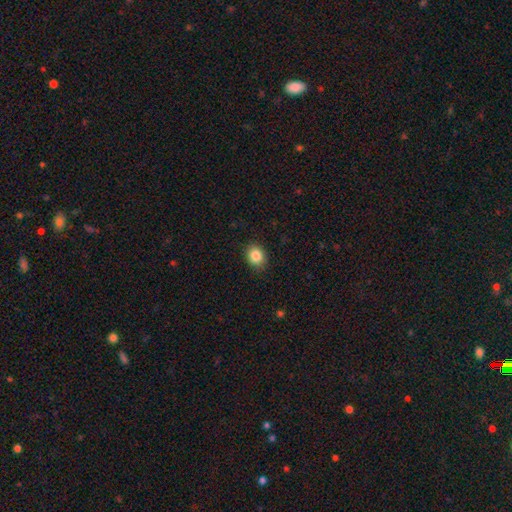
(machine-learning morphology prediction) Q: Smooth or featured?
A: smooth (85%); runner-up: star or artifact (10%)
Q: How rounded?
A: round (54%); runner-up: in between (45%)
Q: Merging?
A: none (88%); runner-up: minor disturbance (9%)